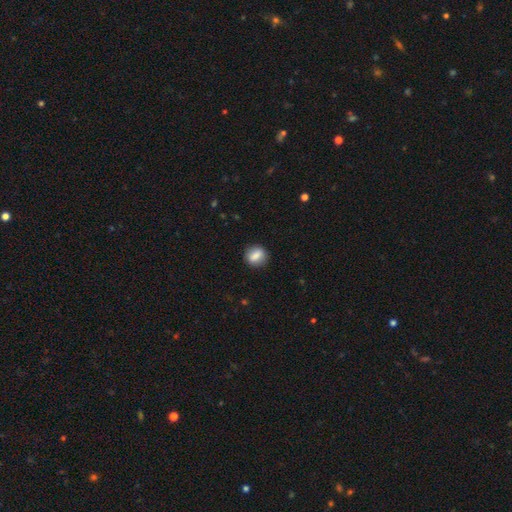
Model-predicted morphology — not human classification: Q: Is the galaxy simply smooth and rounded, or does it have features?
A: smooth — 79%.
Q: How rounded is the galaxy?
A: round — 57%.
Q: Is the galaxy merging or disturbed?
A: none — 87%.